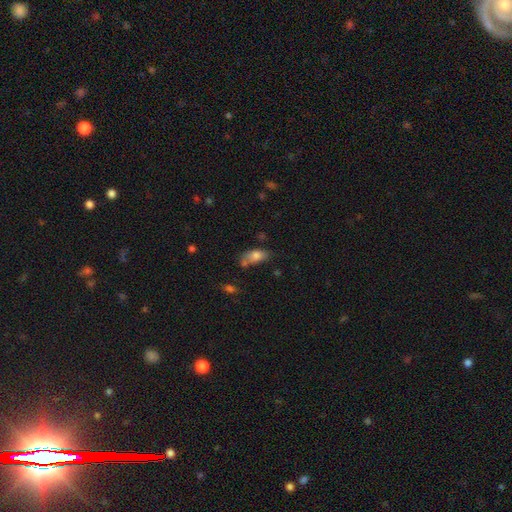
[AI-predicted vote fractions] A smooth galaxy with no disk features (76%) that is in between round and cigar-shaped (85%). Merging: none (46%).